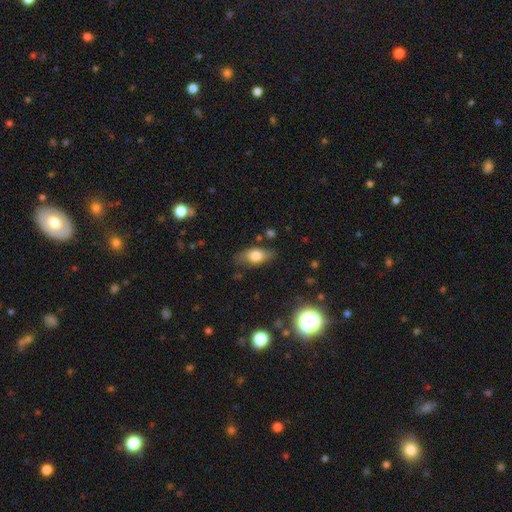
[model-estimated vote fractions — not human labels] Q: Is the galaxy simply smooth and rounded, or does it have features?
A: smooth — 74%.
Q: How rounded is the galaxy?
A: in between — 86%.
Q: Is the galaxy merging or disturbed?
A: none — 74%.